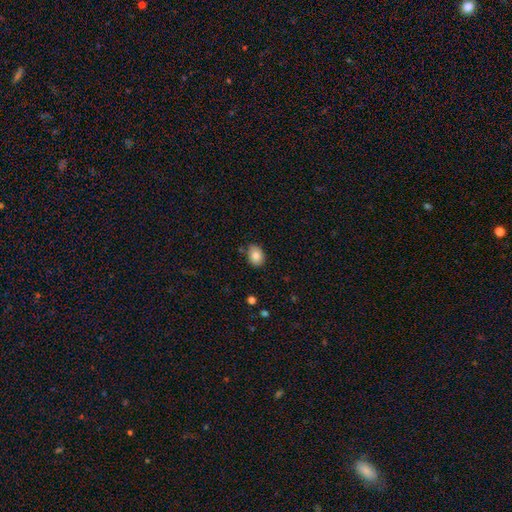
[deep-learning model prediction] This appears to be a smooth galaxy with no disk features (85%) that is in between round and cigar-shaped (65%). Merging: none (77%).